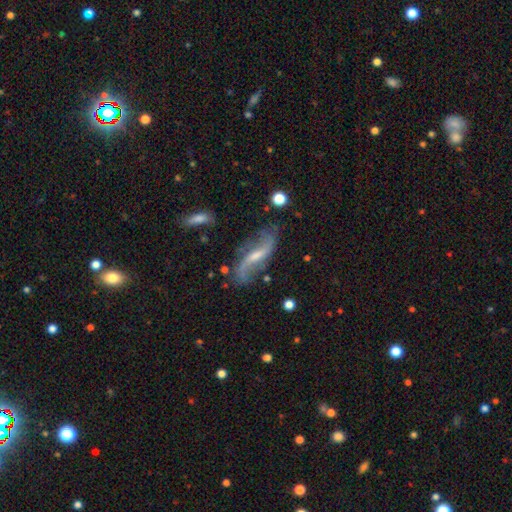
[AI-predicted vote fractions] Morphology: type=featured or disk (82%); edge-on=no (87%); bar=weak (45%); spiral arms=yes (94%); winding=loose (78%); arm count=2 (89%); bulge=small (56%); merging=none (73%).